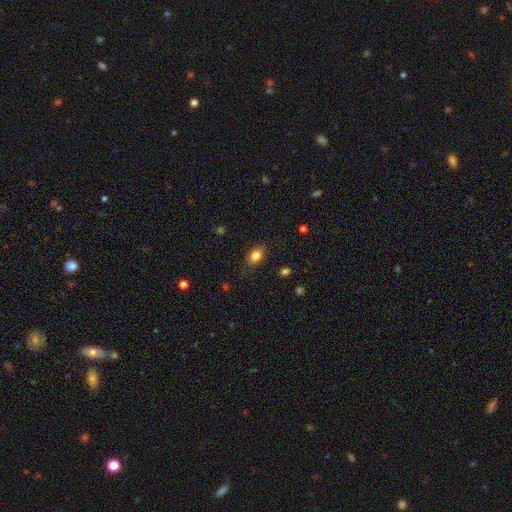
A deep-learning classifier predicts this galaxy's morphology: Smooth or featured? smooth (82%)
How rounded? in between (72%)
Merging? none (82%)